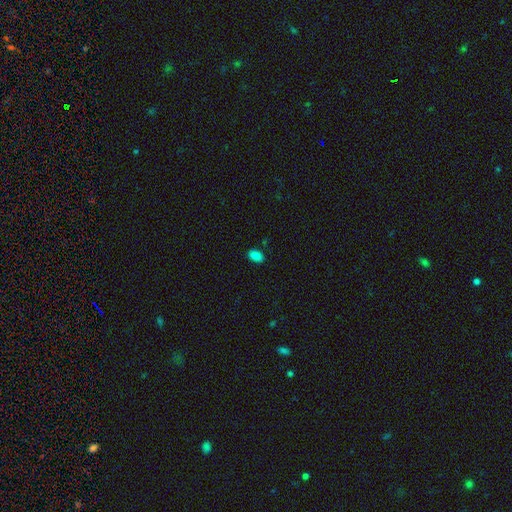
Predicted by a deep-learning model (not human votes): Smooth or featured? Predicted: smooth (p=0.86). How rounded? Predicted: in between (p=0.90). Merging? Predicted: none (p=0.86).